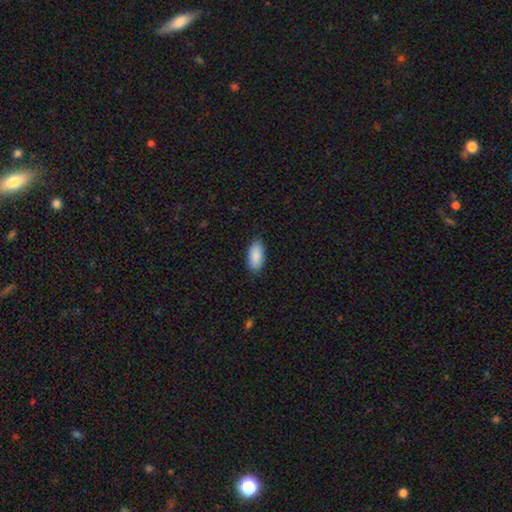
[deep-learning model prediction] This is clearly a smooth galaxy (90%). How rounded: clearly in between (93%). Merging: clearly none (85%).